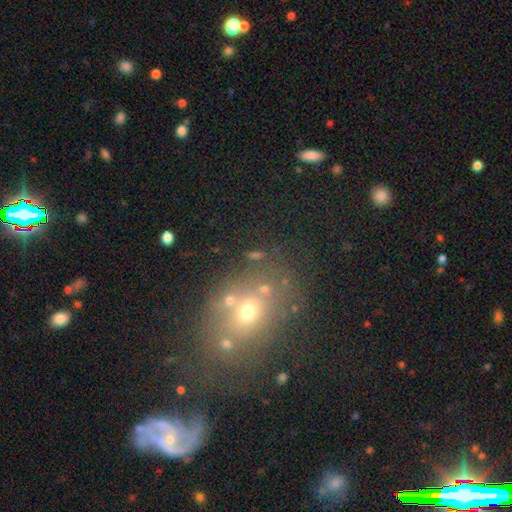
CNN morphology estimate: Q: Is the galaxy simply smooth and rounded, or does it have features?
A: smooth — 53%.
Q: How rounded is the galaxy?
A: in between — 51%.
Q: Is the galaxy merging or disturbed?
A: none — 65%.